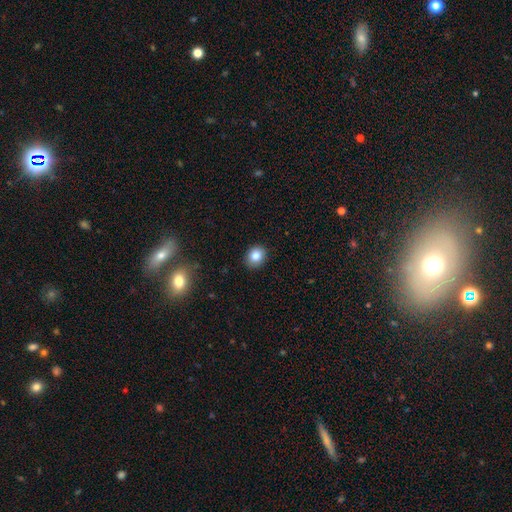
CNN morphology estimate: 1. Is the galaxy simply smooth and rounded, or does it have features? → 84% smooth, 10% star or artifact, 7% featured or disk.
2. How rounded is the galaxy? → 60% round, 39% in between, 1% cigar-shaped.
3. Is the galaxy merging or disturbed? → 90% none, 7% minor disturbance, 2% major disturbance, 1% merger.